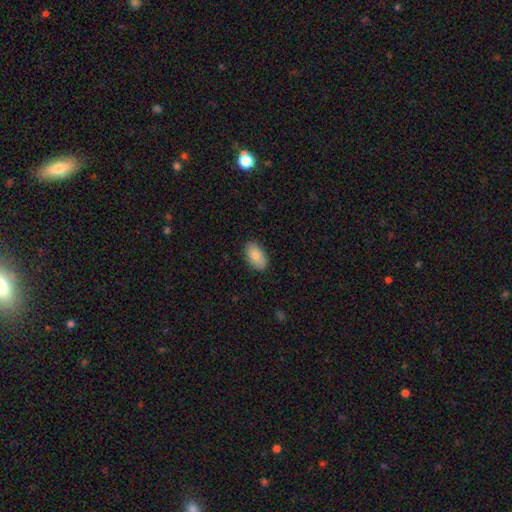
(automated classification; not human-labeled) Overall: smooth (81%). How rounded: in between (94%). Merging: none (88%).